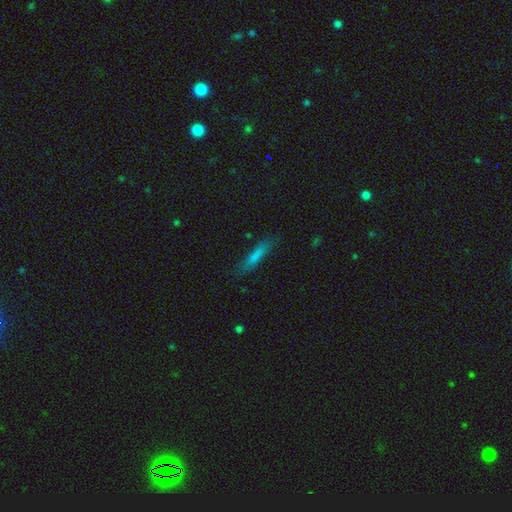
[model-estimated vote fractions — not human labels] A smooth galaxy with no disk features (72%) that is cigar-shaped (85%).

Vote fractions:
- Smooth or featured? smooth: 72% / featured or disk: 19% / star or artifact: 8%
- How rounded? cigar-shaped: 85% / in between: 13% / round: 2%
- Merging? none: 78% / minor disturbance: 16% / major disturbance: 4% / merger: 2%